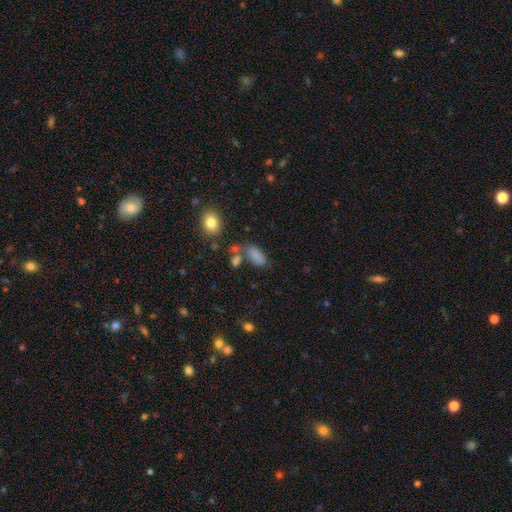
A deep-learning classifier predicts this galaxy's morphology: Overall: smooth (81%). How rounded: in between (89%). Merging: none (57%; minor disturbance 19%).